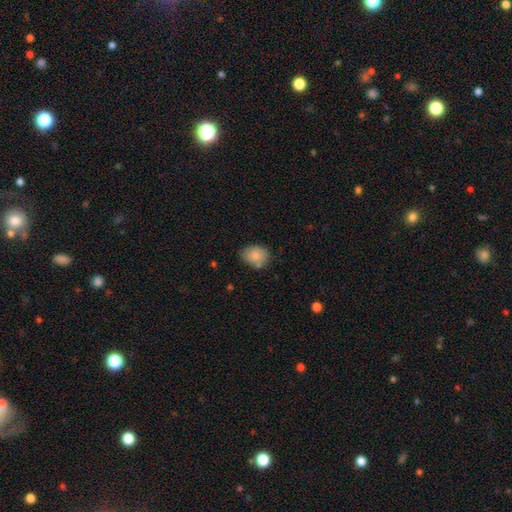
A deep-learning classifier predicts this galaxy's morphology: This appears to be a smooth galaxy with no disk features (84%) that is in between round and cigar-shaped (58%). Merging: none (68%).